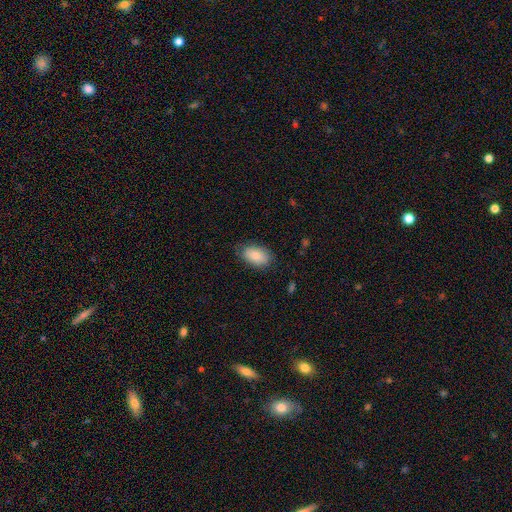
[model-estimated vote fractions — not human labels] Q: Smooth or featured?
A: smooth (85%); runner-up: featured or disk (9%)
Q: How rounded?
A: in between (92%); runner-up: round (6%)
Q: Merging?
A: none (77%); runner-up: minor disturbance (18%)